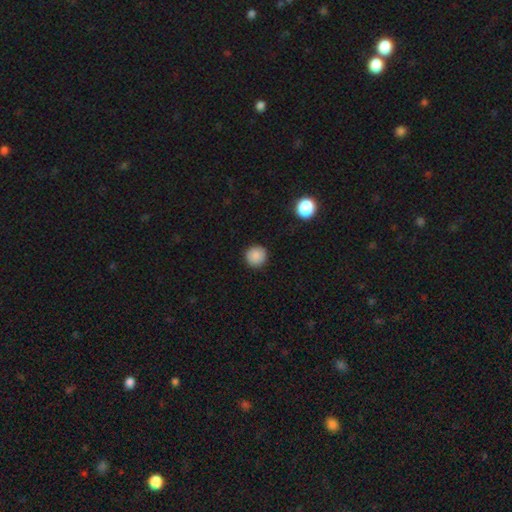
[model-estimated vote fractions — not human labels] Overall: smooth (87%). How rounded: round (95%). Merging: none (92%).